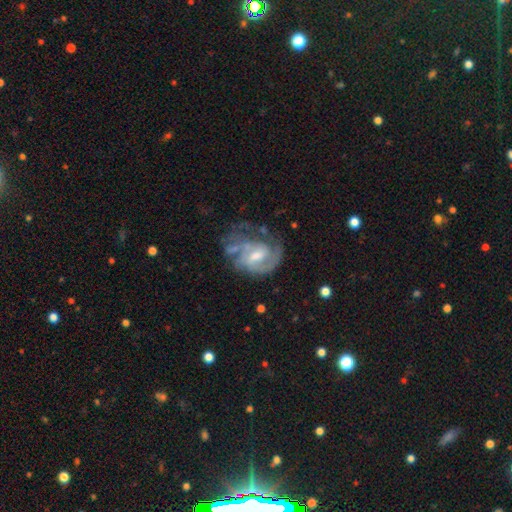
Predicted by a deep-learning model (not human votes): Smooth or featured: featured or disk — 82% (smooth — 11%)
Edge-on disk: no — 97% (yes — 3%)
Bar: weak — 54% (no — 30%)
Spiral arms: yes — 90% (no — 10%)
Spiral winding: tight — 44% (medium — 42%)
Spiral arm count: 2 — 38% (can't tell — 28%)
Bulge size: moderate — 52% (small — 35%)
Merging: none — 45% (major disturbance — 26%)